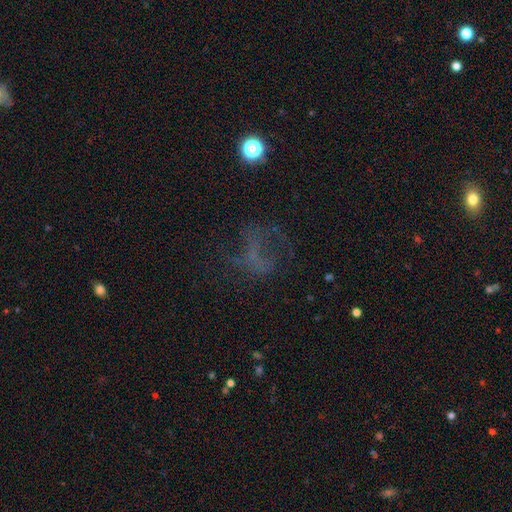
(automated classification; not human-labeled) Smooth or featured: featured or disk — 36% (star or artifact — 35%)
Merging: none — 48% (major disturbance — 32%)